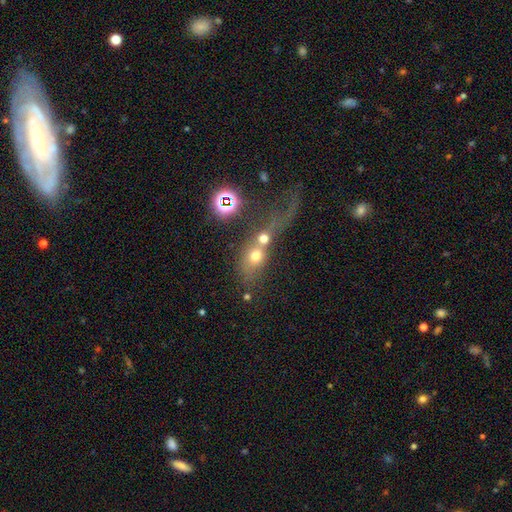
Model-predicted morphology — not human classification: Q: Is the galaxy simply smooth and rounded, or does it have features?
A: smooth — 53%.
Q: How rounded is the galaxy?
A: round — 54%.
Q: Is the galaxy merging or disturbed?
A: merger — 63%.